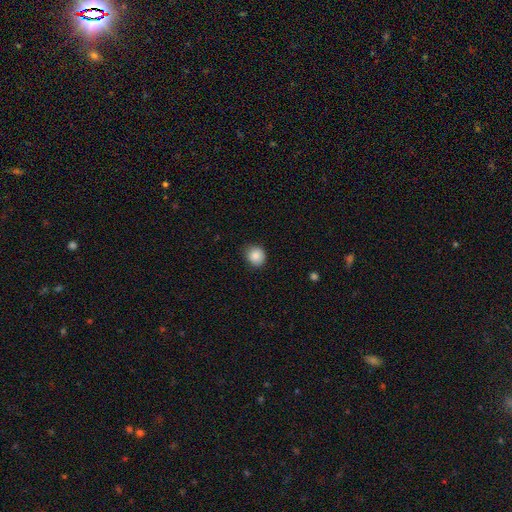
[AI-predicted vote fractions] This appears to be a smooth galaxy with no disk features (86%) that is round (83%). Merging: none (83%).